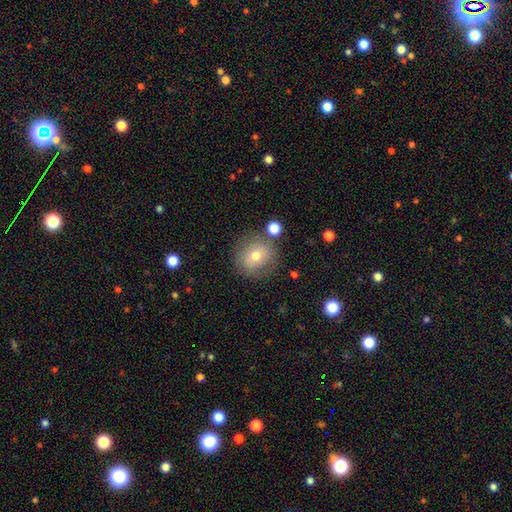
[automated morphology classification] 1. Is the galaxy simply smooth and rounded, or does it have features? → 67% smooth, 22% featured or disk, 11% star or artifact.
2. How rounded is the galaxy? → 87% round, 12% in between, 1% cigar-shaped.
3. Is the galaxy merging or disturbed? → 74% none, 14% minor disturbance, 6% merger, 5% major disturbance.